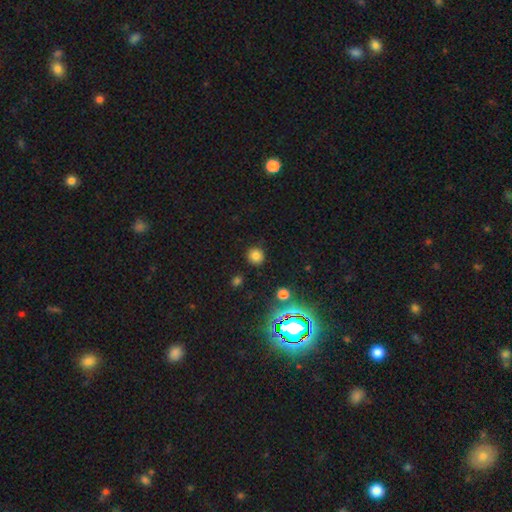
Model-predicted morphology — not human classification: smooth 77%, star or artifact 17%, featured or disk 5%. Down the decision tree: how rounded — round (91%); merging — none (88%).